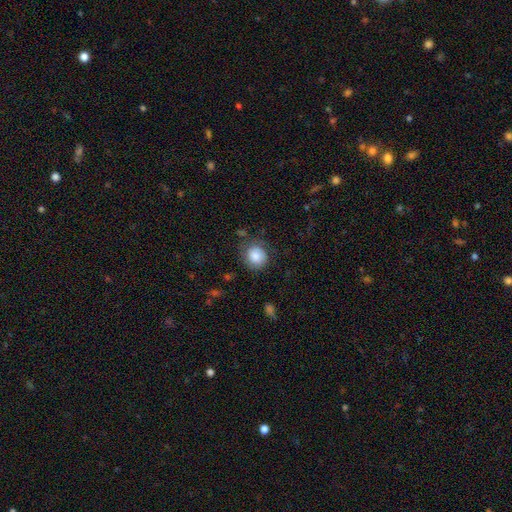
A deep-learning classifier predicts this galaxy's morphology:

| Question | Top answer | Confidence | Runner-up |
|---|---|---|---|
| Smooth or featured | smooth | 82% | featured or disk (11%) |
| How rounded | round | 80% | in between (19%) |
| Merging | none | 69% | minor disturbance (20%) |